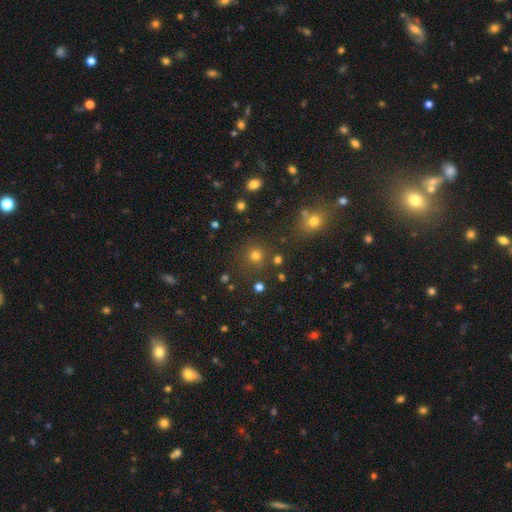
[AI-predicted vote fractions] Smooth or featured: smooth — 70% (star or artifact — 24%)
How rounded: round — 92% (in between — 7%)
Merging: none — 82% (minor disturbance — 8%)